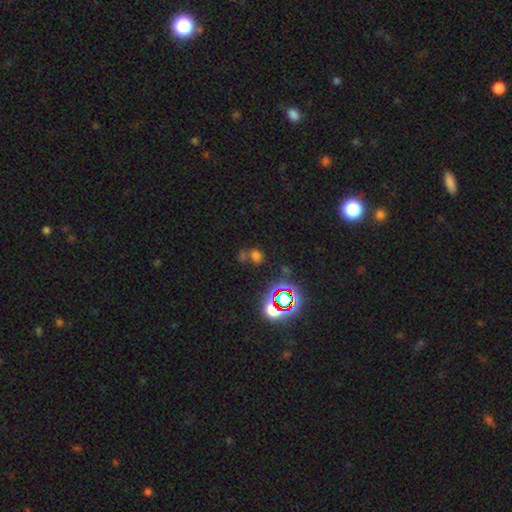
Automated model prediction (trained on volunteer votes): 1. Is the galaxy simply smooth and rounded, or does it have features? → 51% smooth, 40% star or artifact, 9% featured or disk.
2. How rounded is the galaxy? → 67% round, 31% in between, 2% cigar-shaped.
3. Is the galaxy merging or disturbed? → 53% none, 30% merger, 10% minor disturbance, 6% major disturbance.